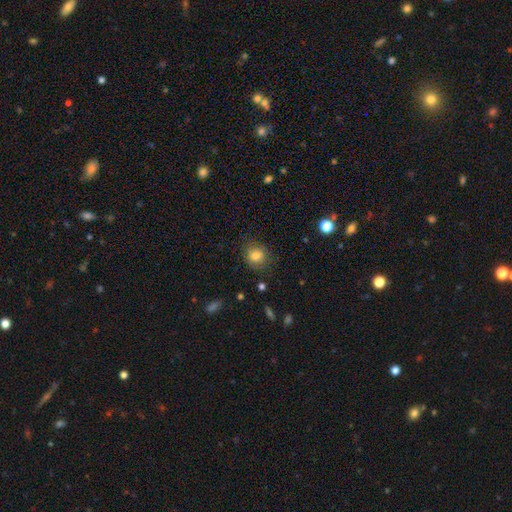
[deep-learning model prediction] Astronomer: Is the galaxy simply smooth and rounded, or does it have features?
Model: smooth — 78%.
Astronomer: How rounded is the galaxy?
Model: round — 77%.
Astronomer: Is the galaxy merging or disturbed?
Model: none — 78%.